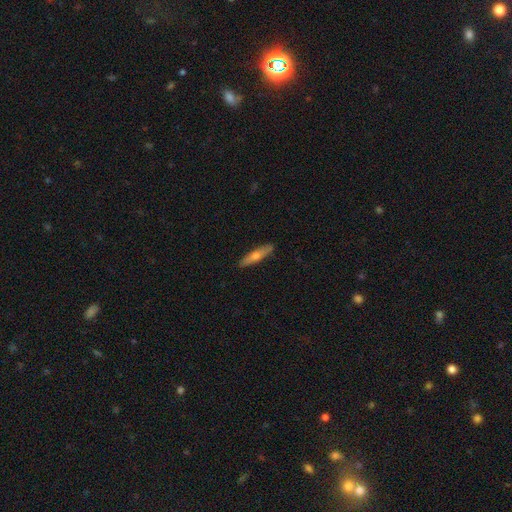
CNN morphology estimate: Smooth or featured? Predicted: smooth (p=0.50). Merging? Predicted: none (p=0.90).